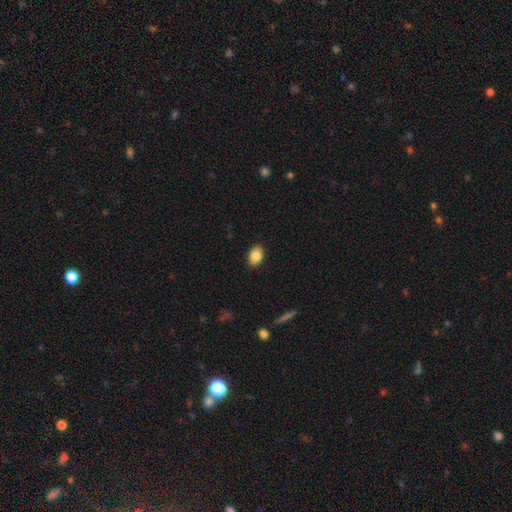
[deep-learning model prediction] smooth_or_featured: smooth (p=0.85) [alt: star or artifact p=0.08]
how_rounded: in between (p=0.86) [alt: round p=0.13]
merging: none (p=0.89) [alt: minor disturbance p=0.08]